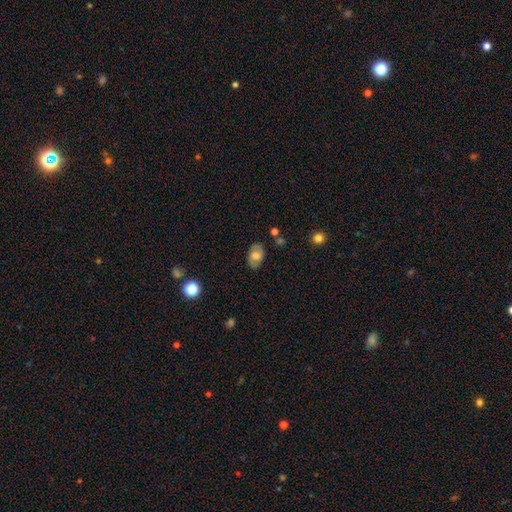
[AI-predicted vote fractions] The model was most divided on "smooth or featured": smooth: 54%, featured or disk: 37%, star or artifact: 8%. More confident: how rounded — in between (84%); merging — none (80%).